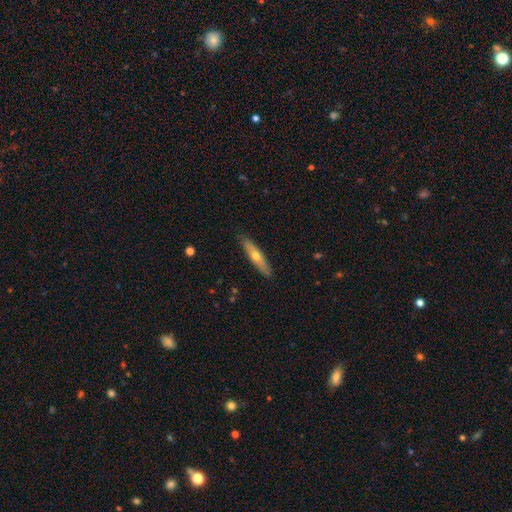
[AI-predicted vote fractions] This is possibly a smooth galaxy (50%). How rounded: clearly cigar-shaped (82%). Merging: clearly none (89%).